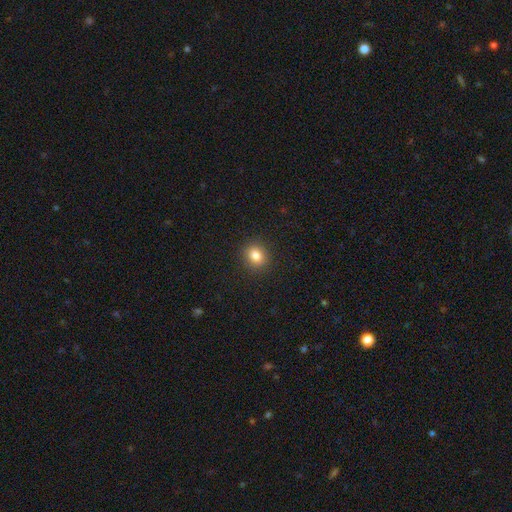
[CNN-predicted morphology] Smooth or featured: smooth — 83% (star or artifact — 11%)
How rounded: round — 68% (in between — 31%)
Merging: none — 91% (minor disturbance — 6%)